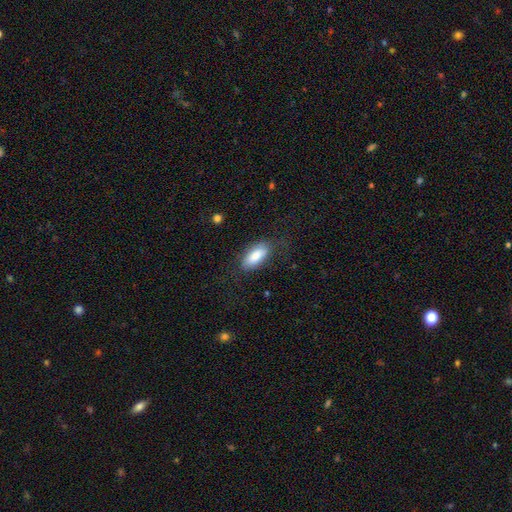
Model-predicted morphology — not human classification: Smooth or featured? smooth (81%)
How rounded? in between (83%)
Merging? none (72%)